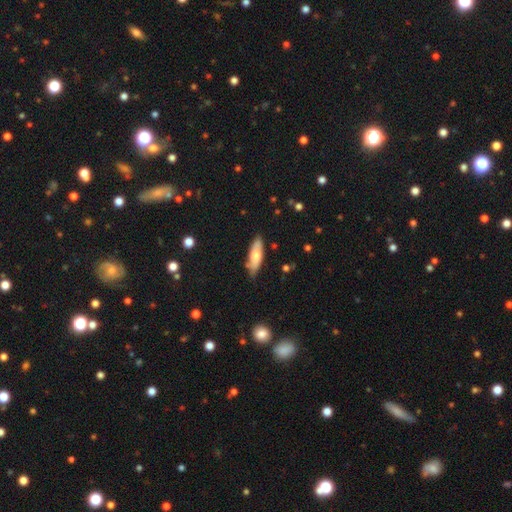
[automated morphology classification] This appears to be a smooth galaxy with no disk features (66%) that is in between round and cigar-shaped (60%). Merging: none (78%).